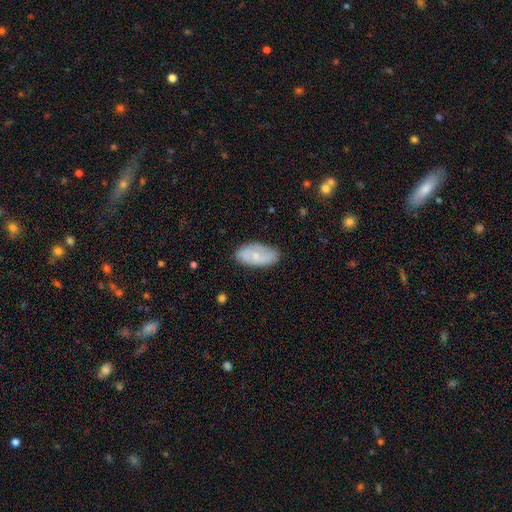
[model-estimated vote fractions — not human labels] Smooth or featured: smooth — 47% (tied with featured or disk — 47%)
Merging: none — 76% (minor disturbance — 19%)